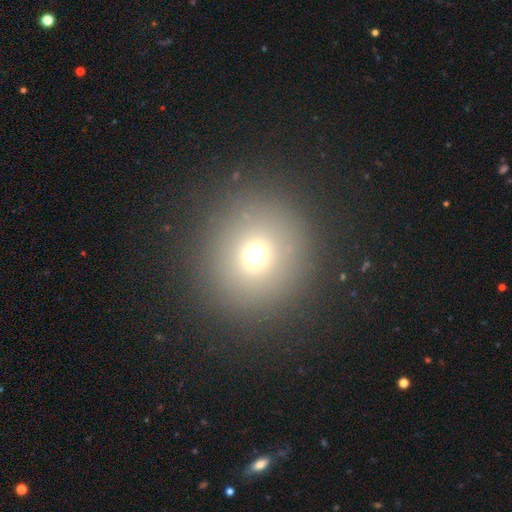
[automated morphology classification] smooth-or-featured: smooth: 67% | star or artifact: 24% | featured or disk: 10%
  how-rounded: round: 90% | in between: 9% | cigar-shaped: 1%
  merging: none: 86% | minor disturbance: 7% | major disturbance: 5% | merger: 2%